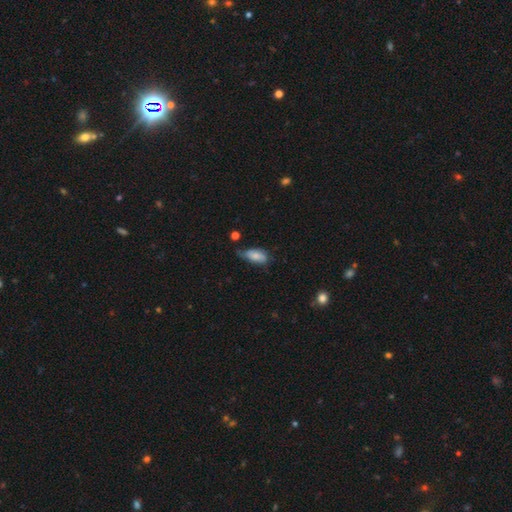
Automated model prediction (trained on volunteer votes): smooth_or_featured: smooth (p=0.75) [alt: featured or disk p=0.17]
how_rounded: in between (p=0.88) [alt: cigar-shaped p=0.09]
merging: minor disturbance (p=0.45) [alt: none p=0.35]